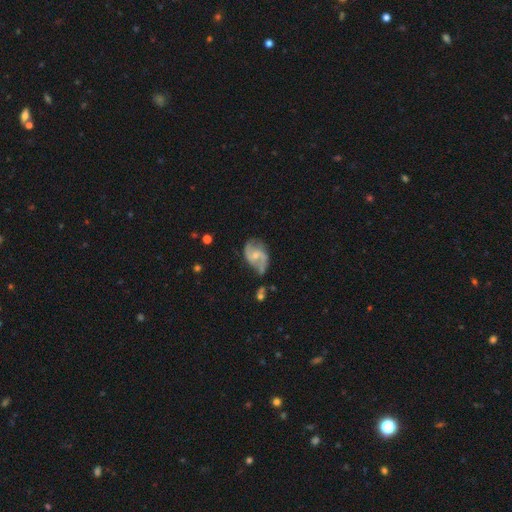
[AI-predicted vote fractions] This is clearly a featured or disk galaxy (81%). It is clearly not viewed edge-on (97%). Bar: possibly weak (45%). Spiral arm pattern: clearly yes (92%). Spiral arm count: clearly 2 (87%). Spiral winding: possibly loose (50%). Central bulge: possibly small (53%). Merging: possibly none (52%).